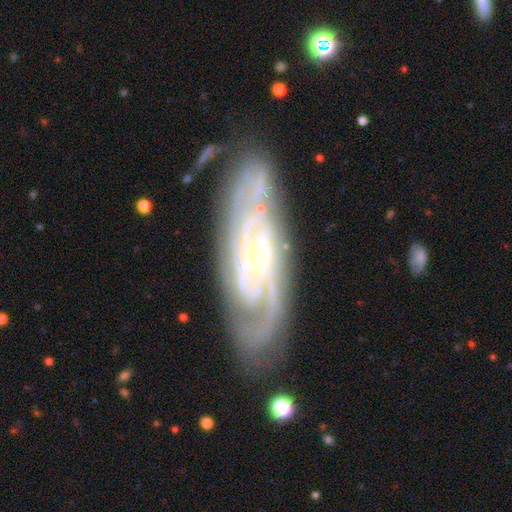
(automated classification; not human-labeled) featured or disk 89%, smooth 6%, star or artifact 5%. Down the decision tree: edge-on disk — no (90%); bar — no (58%); spiral arms — yes (97%); spiral arm count — 2 (30%); spiral winding — tight (66%); bulge size — small (84%); merging — none (77%).